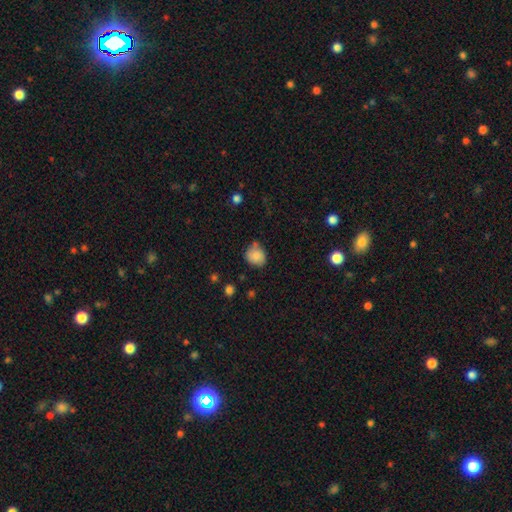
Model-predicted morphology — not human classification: Smooth or featured?
  - smooth: 84% *
  - star or artifact: 9%
  - featured or disk: 8%
How rounded?
  - round: 70% *
  - in between: 29%
  - cigar-shaped: 1%
Merging?
  - none: 64% *
  - minor disturbance: 22%
  - merger: 8%
  - major disturbance: 5%